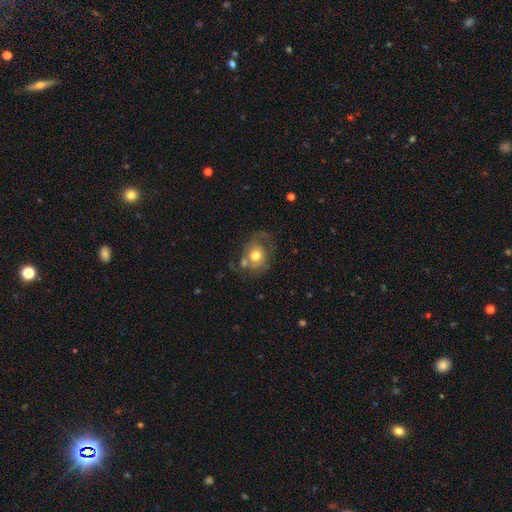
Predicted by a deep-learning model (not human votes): A smooth galaxy with no disk features (50%).

Vote fractions:
- Smooth or featured? smooth: 50% / featured or disk: 41% / star or artifact: 9%
- Merging? none: 41% / minor disturbance: 23% / major disturbance: 23% / merger: 13%